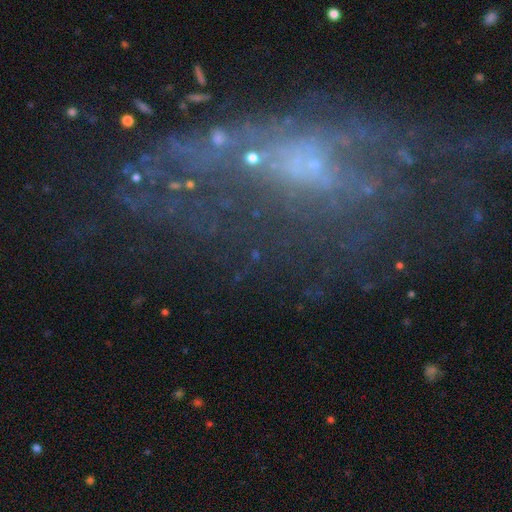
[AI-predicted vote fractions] smooth-or-featured: featured or disk: 50% | star or artifact: 30% | smooth: 20%
  merging: none: 48% | major disturbance: 27% | minor disturbance: 17% | merger: 8%